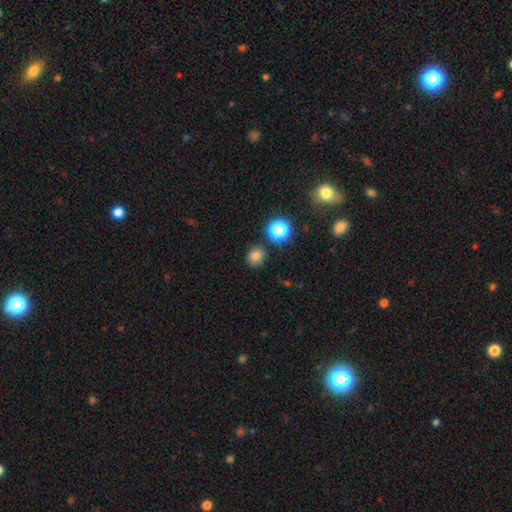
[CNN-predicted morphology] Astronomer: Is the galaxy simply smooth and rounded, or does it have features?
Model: smooth — 78%.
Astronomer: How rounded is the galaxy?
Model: round — 82%.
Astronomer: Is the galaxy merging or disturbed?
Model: none — 86%.